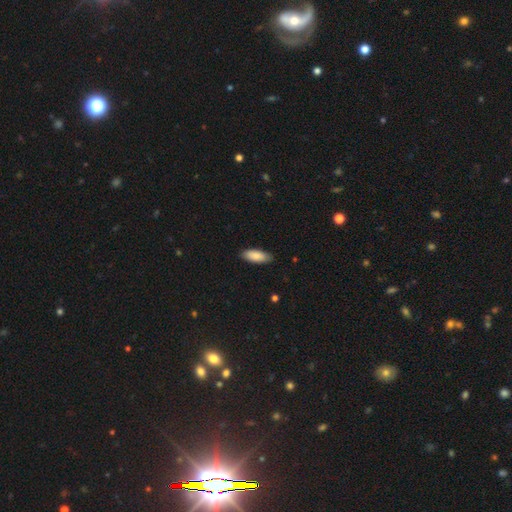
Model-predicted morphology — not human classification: Overall: smooth (87%). How rounded: in between (77%). Merging: none (86%).